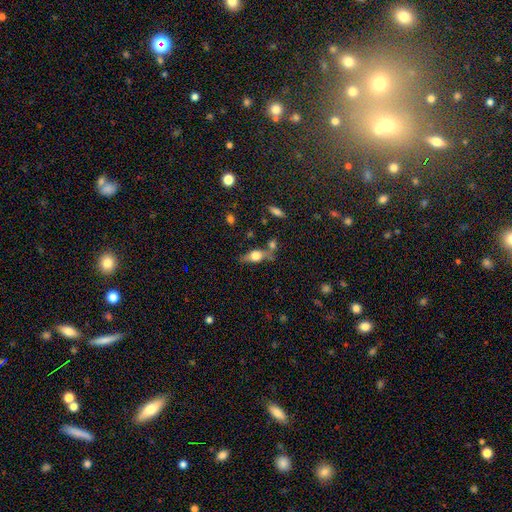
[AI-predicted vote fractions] smooth_or_featured: smooth (p=0.50) [alt: featured or disk p=0.40]
how_rounded: in between (p=0.66) [alt: cigar-shaped p=0.23]
merging: none (p=0.59) [alt: minor disturbance p=0.18]